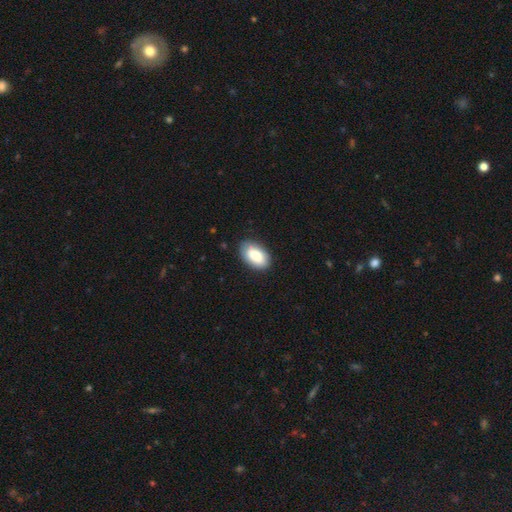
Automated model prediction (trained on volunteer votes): A smooth galaxy with no disk features (84%) that is in between round and cigar-shaped (94%).

Vote fractions:
- Smooth or featured? smooth: 84% / featured or disk: 10% / star or artifact: 6%
- How rounded? in between: 94% / round: 5% / cigar-shaped: 1%
- Merging? none: 83% / minor disturbance: 13% / major disturbance: 3% / merger: 1%